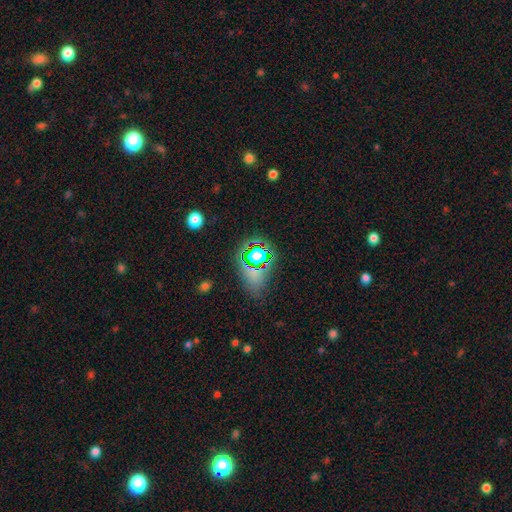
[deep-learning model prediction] Smooth or featured: star or artifact — 45% (smooth — 42%)